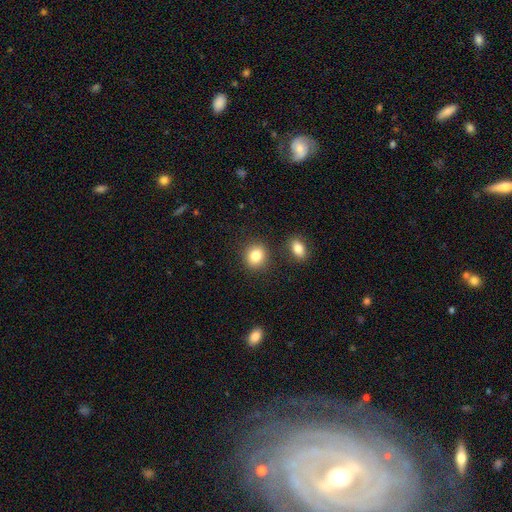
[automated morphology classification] smooth 84%, star or artifact 9%, featured or disk 7%. Down the decision tree: how rounded — round (72%); merging — none (83%).